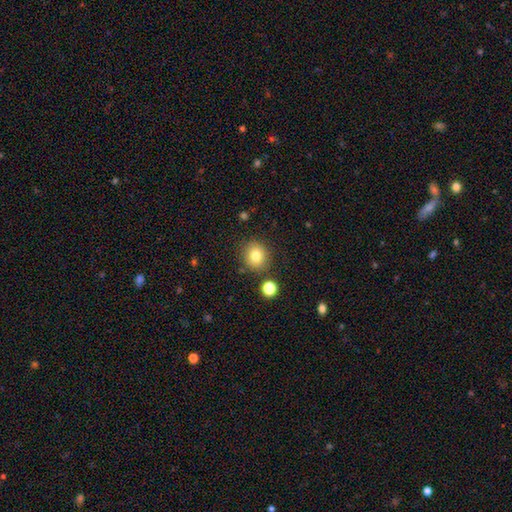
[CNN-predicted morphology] type=smooth (80%); roundness=round (87%); merging=none (84%).